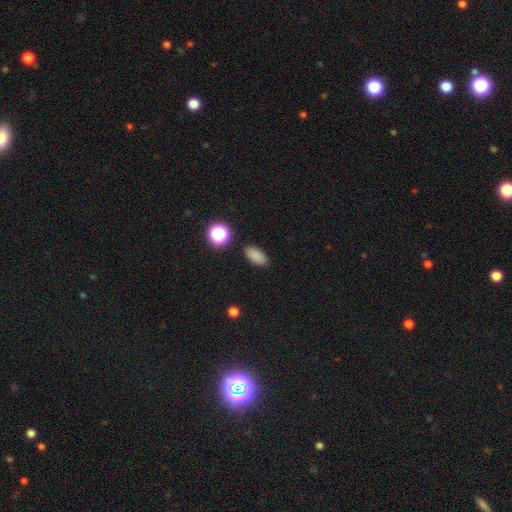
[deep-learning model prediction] Overall: smooth (84%). How rounded: in between (89%). Merging: none (87%).